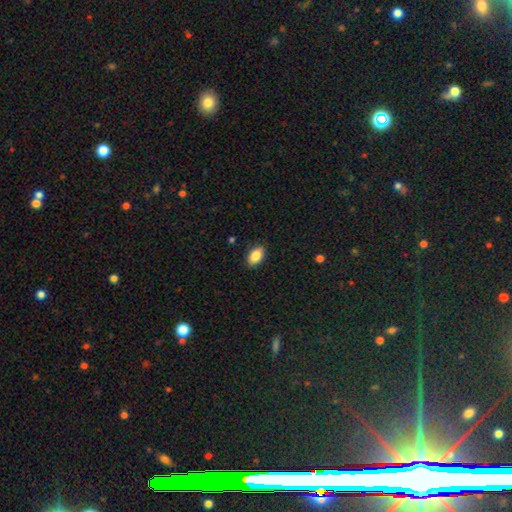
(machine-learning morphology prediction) Overall: smooth (85%). How rounded: in between (90%). Merging: none (88%).